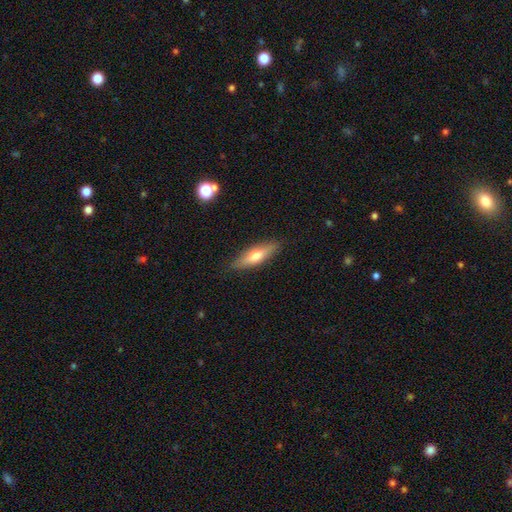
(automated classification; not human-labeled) Morphology: type=smooth (56%); roundness=cigar-shaped (62%); merging=none (86%).